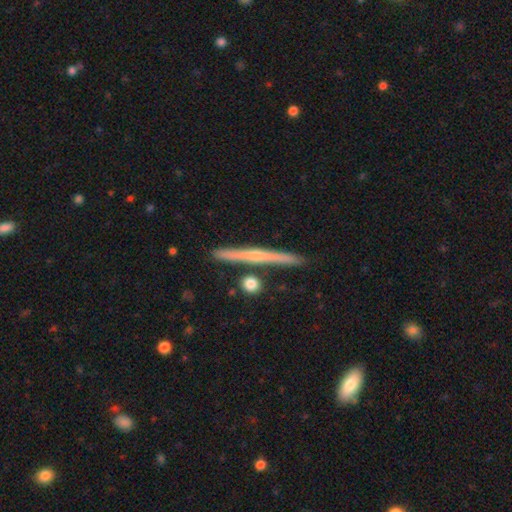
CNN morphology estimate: A featured or disk galaxy (61%) viewed edge-on (97%) with no central bulge (47%, tied with rounded). Merging: none (87%).